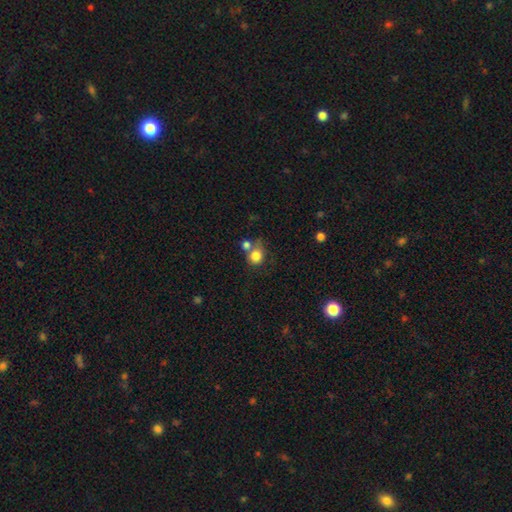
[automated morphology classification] The model was most divided on "merging": none: 47%, merger: 34%, minor disturbance: 13%, major disturbance: 7%. More confident: smooth or featured — smooth (82%); how rounded — round (80%).